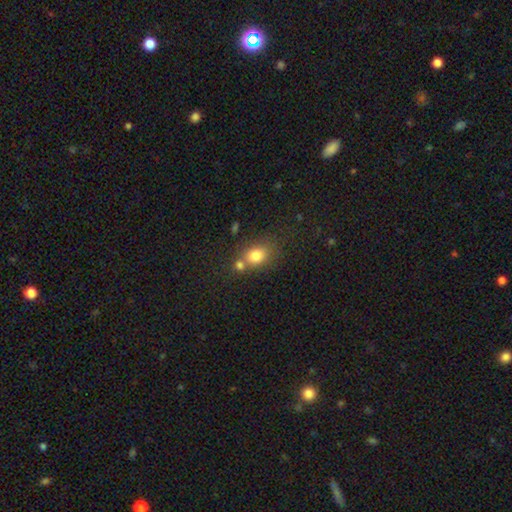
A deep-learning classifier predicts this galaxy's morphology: smooth-or-featured: smooth: 79% | star or artifact: 11% | featured or disk: 10%
  how-rounded: in between: 55% | round: 43% | cigar-shaped: 1%
  merging: none: 48% | merger: 35% | minor disturbance: 12% | major disturbance: 5%